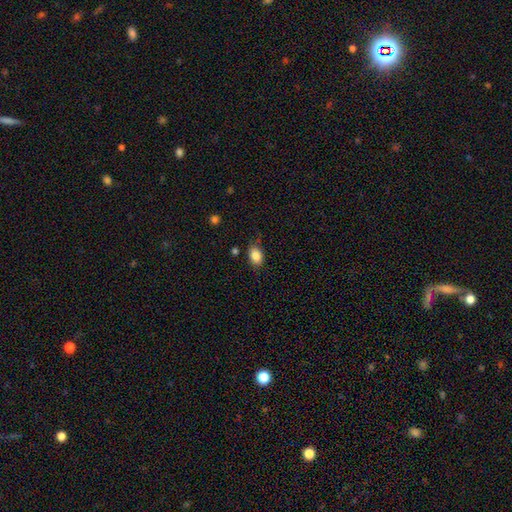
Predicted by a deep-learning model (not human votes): Smooth or featured: smooth — 86% (star or artifact — 9%)
How rounded: in between — 79% (round — 20%)
Merging: none — 77% (minor disturbance — 17%)